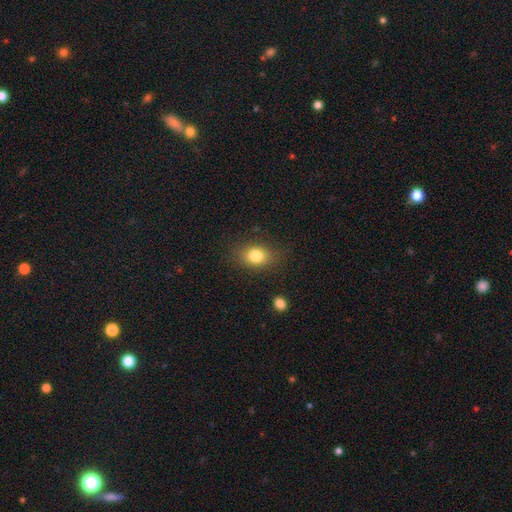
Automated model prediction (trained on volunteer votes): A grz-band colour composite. It shows a smooth galaxy with no disk features (80%) that is in between round and cigar-shaped (64%). Merging: none (81%).